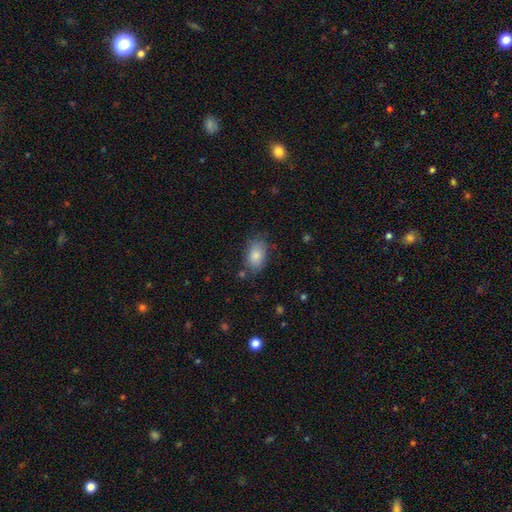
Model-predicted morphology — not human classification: This is clearly a smooth galaxy (83%). How rounded: clearly in between (88%). Merging: likely none (73%).